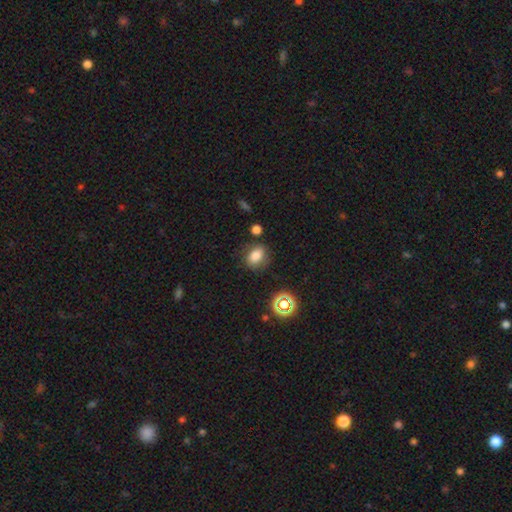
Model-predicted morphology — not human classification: A smooth galaxy with no disk features (78%) that is in between round and cigar-shaped (66%). Merging: none (76%).